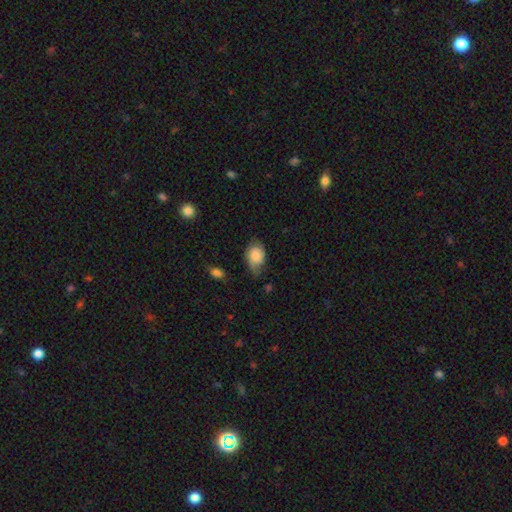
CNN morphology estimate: Q: Smooth or featured?
A: smooth (73%); runner-up: featured or disk (19%)
Q: How rounded?
A: in between (79%); runner-up: round (20%)
Q: Merging?
A: none (42%); tied with: minor disturbance (42%)